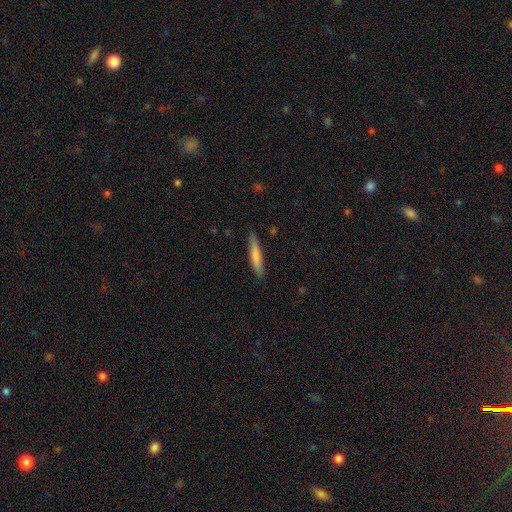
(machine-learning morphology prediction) Overall: smooth (76%). How rounded: cigar-shaped (92%). Merging: none (86%).